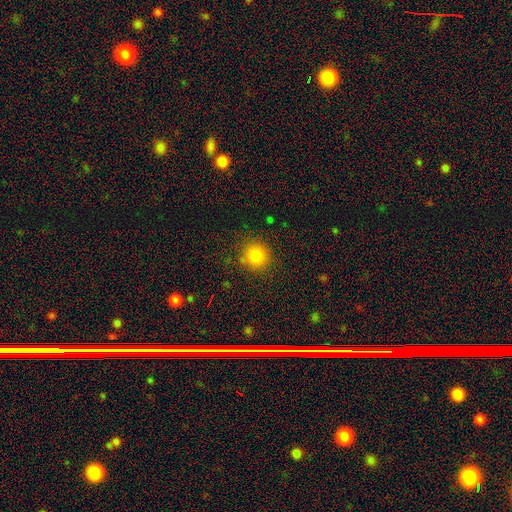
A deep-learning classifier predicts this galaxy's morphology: Smooth or featured: smooth — 82% (star or artifact — 12%)
How rounded: round — 90% (in between — 9%)
Merging: none — 86% (minor disturbance — 9%)